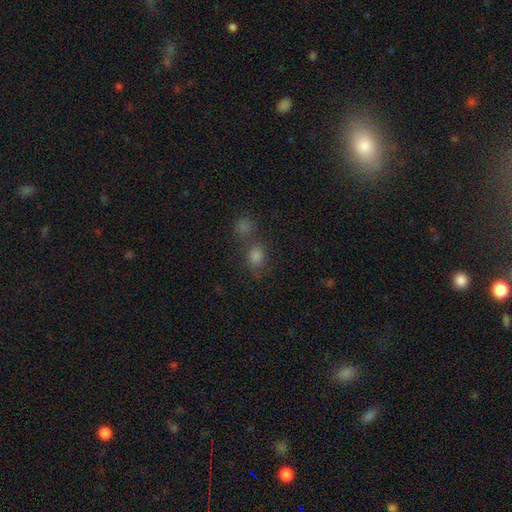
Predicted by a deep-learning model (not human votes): Smooth or featured?
  - smooth: 70% *
  - star or artifact: 22%
  - featured or disk: 9%
How rounded?
  - round: 60% *
  - in between: 38%
  - cigar-shaped: 2%
Merging?
  - none: 55% *
  - merger: 30%
  - minor disturbance: 10%
  - major disturbance: 5%